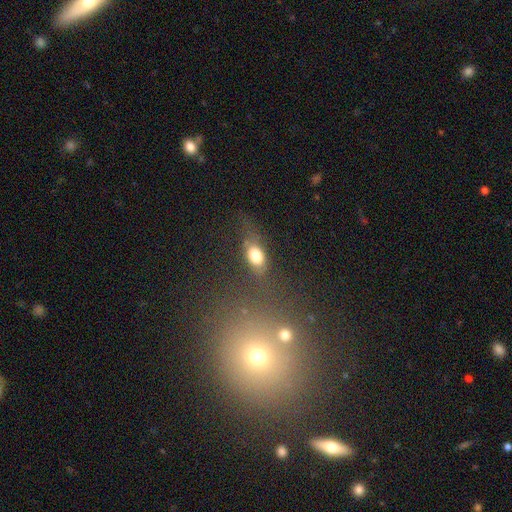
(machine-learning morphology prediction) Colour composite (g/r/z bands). It shows a smooth galaxy with no disk features (74%) that is in between round and cigar-shaped (76%). Merging: none (55%).